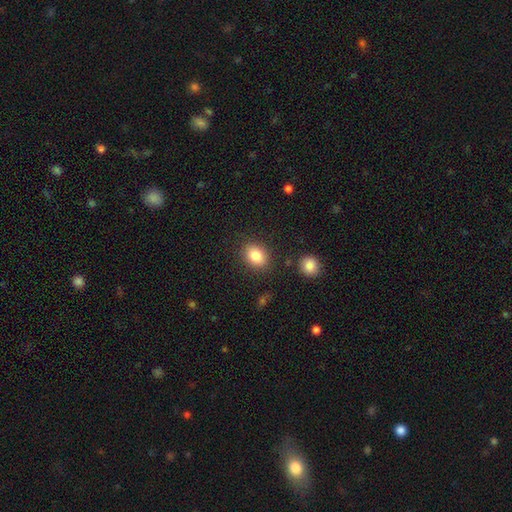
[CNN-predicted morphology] A smooth galaxy with no disk features (84%) that is in between round and cigar-shaped (66%).

Vote fractions:
- Smooth or featured? smooth: 84% / star or artifact: 9% / featured or disk: 7%
- How rounded? in between: 66% / round: 33% / cigar-shaped: 1%
- Merging? none: 84% / minor disturbance: 10% / major disturbance: 3% / merger: 3%